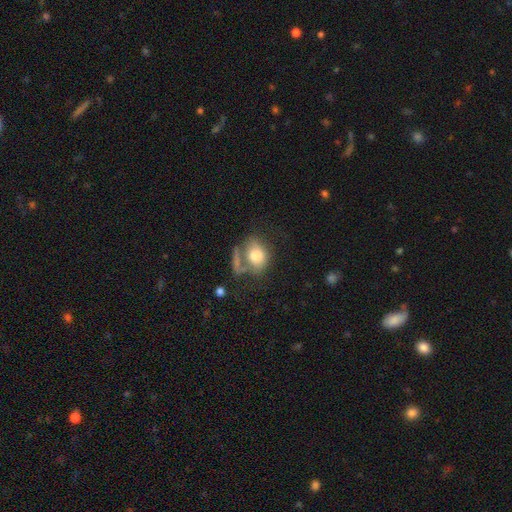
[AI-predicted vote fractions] This is likely a smooth galaxy (72%). How rounded: possibly in between (59%). Merging: marginally none (36%).